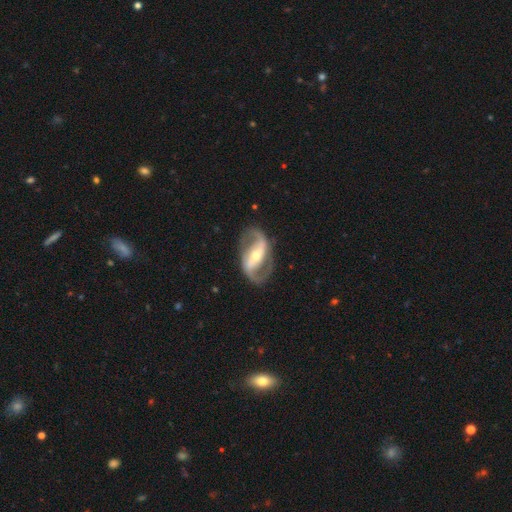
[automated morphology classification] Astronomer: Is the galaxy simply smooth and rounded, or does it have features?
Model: featured or disk — 89%.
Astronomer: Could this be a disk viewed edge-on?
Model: no — 96%.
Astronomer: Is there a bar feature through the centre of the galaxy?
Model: strong — 58%.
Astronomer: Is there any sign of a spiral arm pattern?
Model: yes — 93%.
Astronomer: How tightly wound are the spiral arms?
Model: medium — 44% (runner-up: loose, 43%).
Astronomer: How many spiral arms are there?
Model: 2 — 92%.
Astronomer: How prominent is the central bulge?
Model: small — 48% (runner-up: moderate, 46%).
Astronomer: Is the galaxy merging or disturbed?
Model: none — 83%.